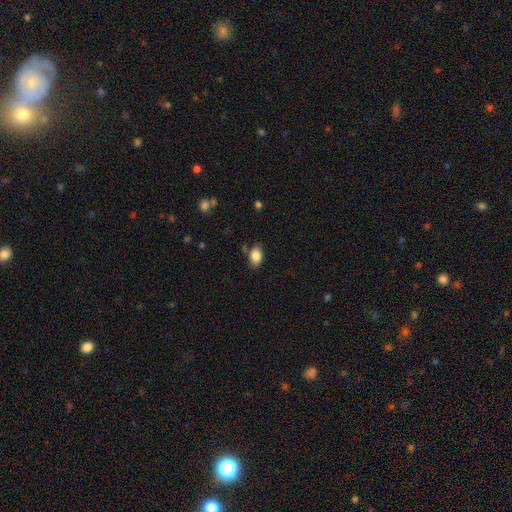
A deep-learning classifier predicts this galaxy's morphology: Overall: smooth (86%). How rounded: in between (85%). Merging: none (78%).